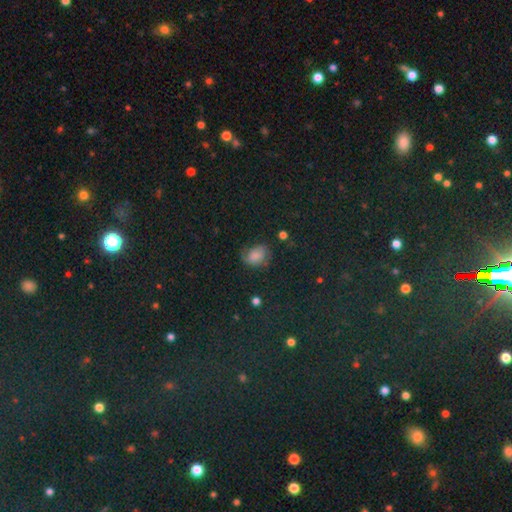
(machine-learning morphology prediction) This appears to be a smooth galaxy with no disk features (61%) that is in between round and cigar-shaped (67%). Merging: none (56%).